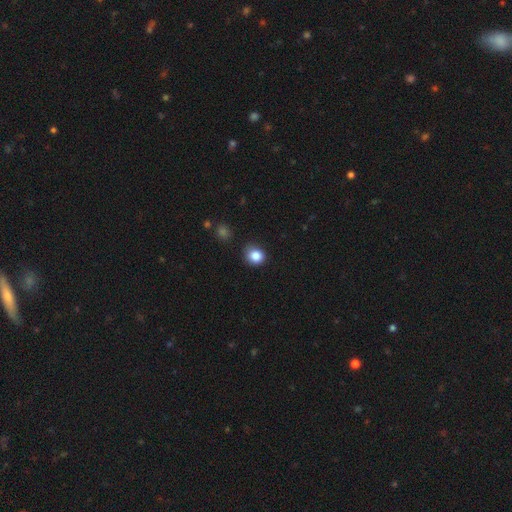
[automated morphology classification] This appears to be a smooth galaxy with no disk features (85%) that is round (77%). Merging: none (76%).